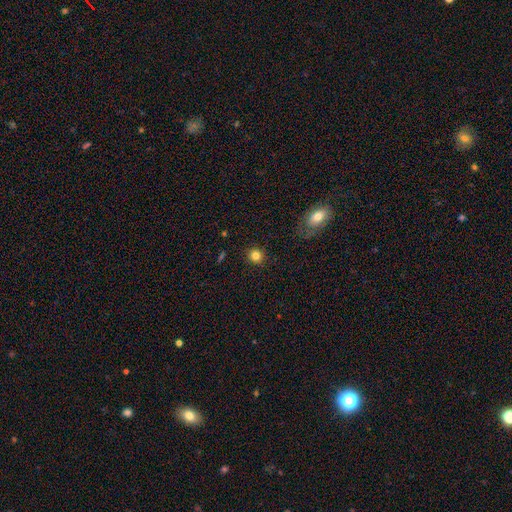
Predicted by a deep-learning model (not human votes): smooth 82%, star or artifact 12%, featured or disk 6%. Down the decision tree: how rounded — round (89%); merging — none (90%).